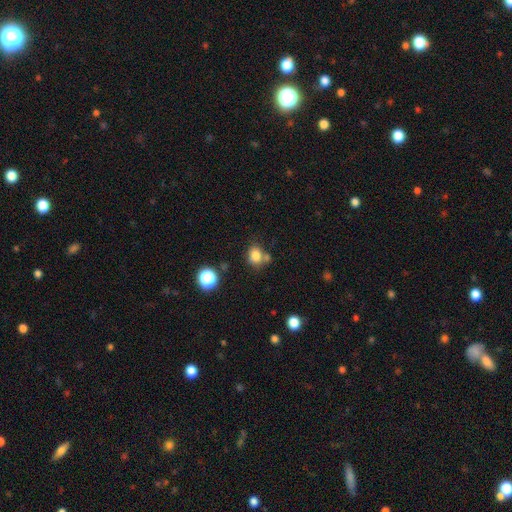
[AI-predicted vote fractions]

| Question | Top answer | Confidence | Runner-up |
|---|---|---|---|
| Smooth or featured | smooth | 80% | star or artifact (13%) |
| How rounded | round | 58% | in between (41%) |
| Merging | none | 58% | merger (22%) |